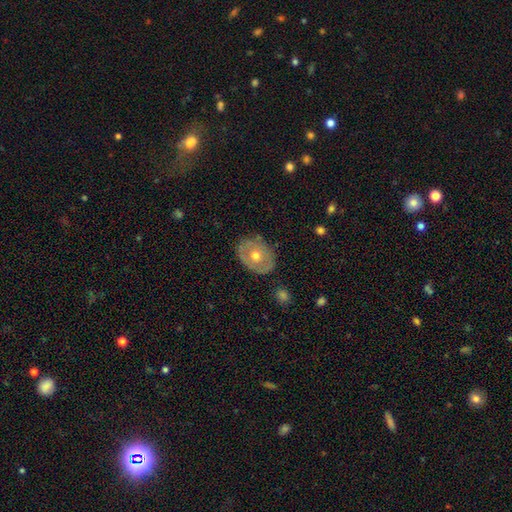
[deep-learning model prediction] Smooth or featured? Predicted: featured or disk (p=0.52). Edge-on disk? Predicted: no (p=0.93). Merging? Predicted: none (p=0.80).